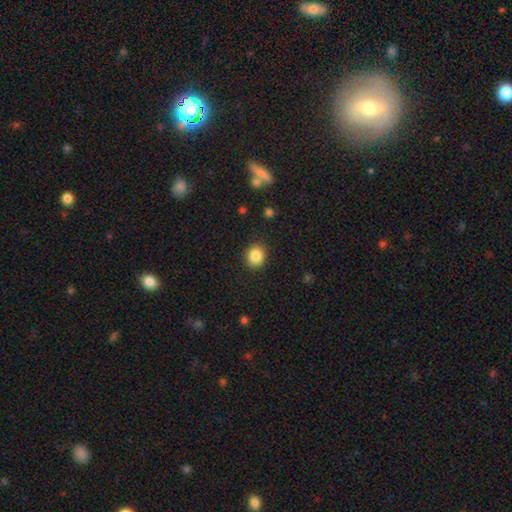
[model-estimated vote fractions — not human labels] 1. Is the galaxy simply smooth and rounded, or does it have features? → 86% smooth, 9% star or artifact, 4% featured or disk.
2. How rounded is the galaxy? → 79% round, 20% in between, 1% cigar-shaped.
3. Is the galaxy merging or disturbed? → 89% none, 7% minor disturbance, 2% major disturbance, 1% merger.